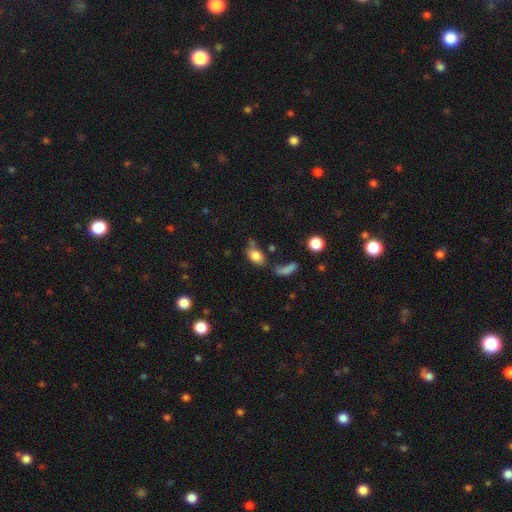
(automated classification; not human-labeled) smooth_or_featured: smooth (p=0.80) [alt: featured or disk p=0.11]
how_rounded: in between (p=0.83) [alt: round p=0.13]
merging: none (p=0.51) [alt: minor disturbance p=0.23]